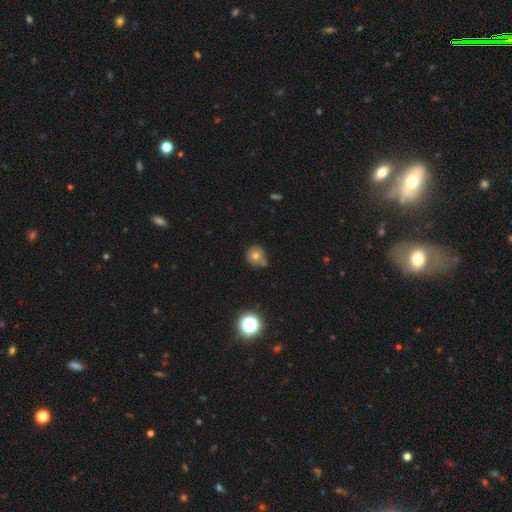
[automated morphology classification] Smooth or featured: smooth — 74% (star or artifact — 15%)
How rounded: round — 84% (in between — 15%)
Merging: none — 58% (minor disturbance — 25%)